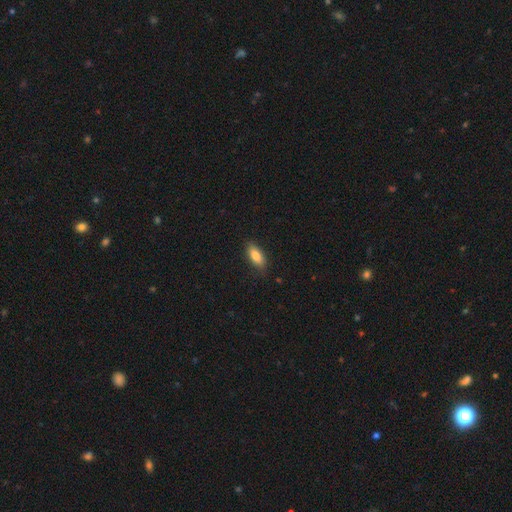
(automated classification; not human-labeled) Overall: smooth (82%). How rounded: in between (81%). Merging: none (84%).